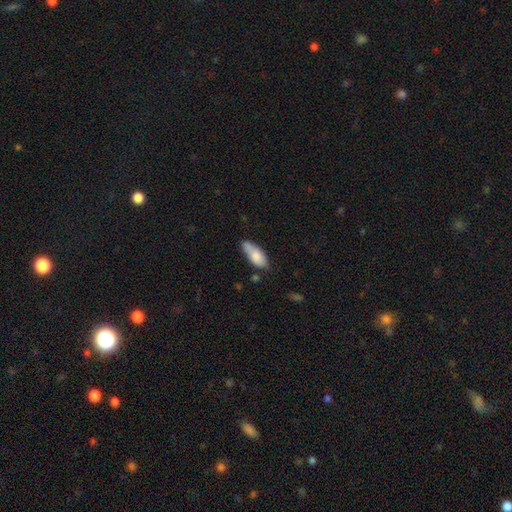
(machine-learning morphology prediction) Smooth or featured? Predicted: smooth (p=0.78). How rounded? Predicted: in between (p=0.78). Merging? Predicted: none (p=0.50).